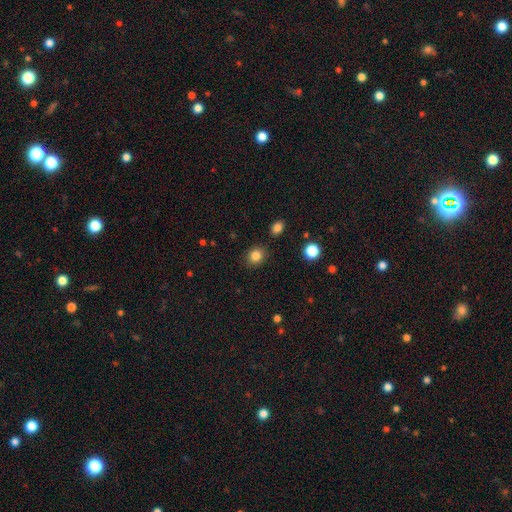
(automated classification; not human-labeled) smooth-or-featured: smooth: 84% | star or artifact: 11% | featured or disk: 5%
  how-rounded: round: 70% | in between: 29% | cigar-shaped: 1%
  merging: none: 87% | minor disturbance: 9% | major disturbance: 2% | merger: 2%